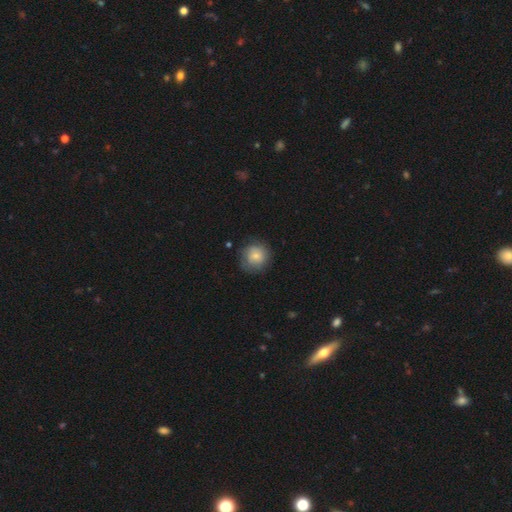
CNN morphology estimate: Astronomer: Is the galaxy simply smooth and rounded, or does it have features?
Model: smooth — 76%.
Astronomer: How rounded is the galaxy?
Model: round — 90%.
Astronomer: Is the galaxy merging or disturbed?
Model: none — 74%.